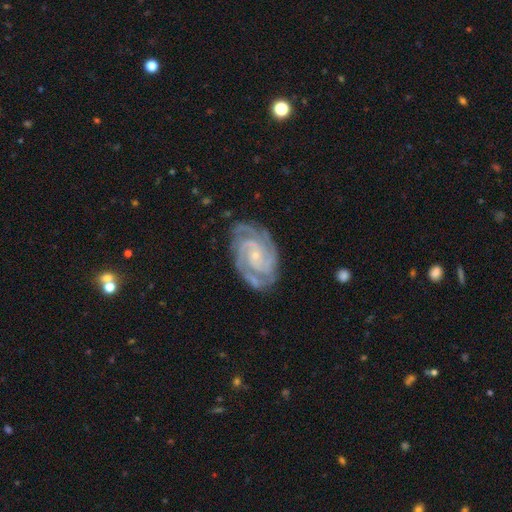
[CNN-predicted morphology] smooth-or-featured: featured or disk: 92% | star or artifact: 5% | smooth: 3%
  disk-edge-on: no: 98% | yes: 2%
    bar: no: 62% | weak: 28% | strong: 10%
    has-spiral-arms: yes: 99% | no: 1%
      spiral-winding: tight: 69% | medium: 28% | loose: 3%
      spiral-arm-count: 3: 37% | 2: 29% | 4: 15% | can't tell: 9% | more than 4: 5% | 1: 5%
    bulge-size: small: 81% | moderate: 14% | none: 3% | large: 1% | dominant: 1%
  merging: none: 78% | minor disturbance: 16% | major disturbance: 4% | merger: 1%